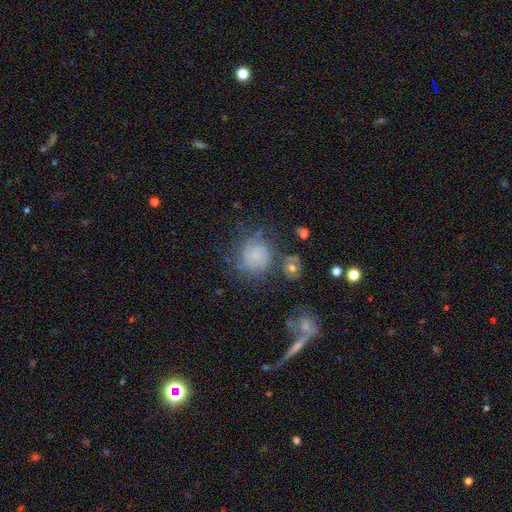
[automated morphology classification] Q: Smooth or featured?
A: smooth (50%); runner-up: featured or disk (36%)
Q: Merging?
A: none (60%); runner-up: minor disturbance (19%)